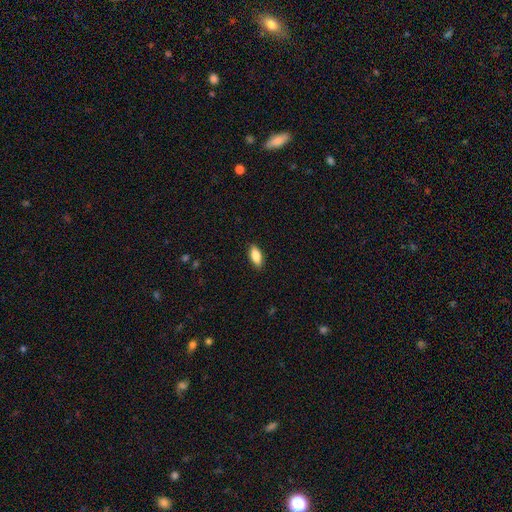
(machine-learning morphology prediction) The model was most divided on "how rounded": in between: 85%, cigar-shaped: 12%, round: 2%. More confident: merging — none (89%); smooth or featured — smooth (84%).